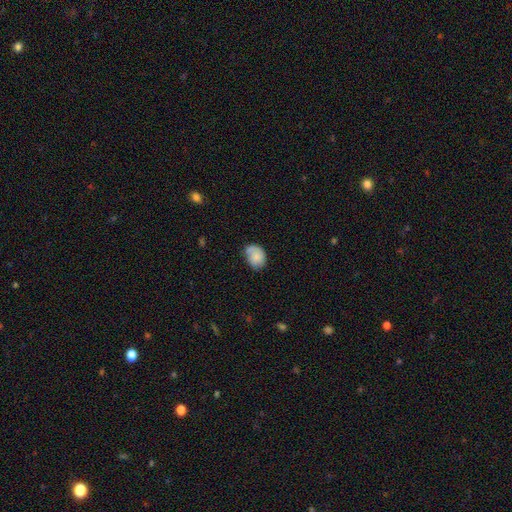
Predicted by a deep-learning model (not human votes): Smooth or featured?
  - smooth: 76% *
  - featured or disk: 16%
  - star or artifact: 8%
How rounded?
  - in between: 62% *
  - round: 37%
  - cigar-shaped: 1%
Merging?
  - none: 49% *
  - minor disturbance: 33%
  - major disturbance: 10%
  - merger: 8%